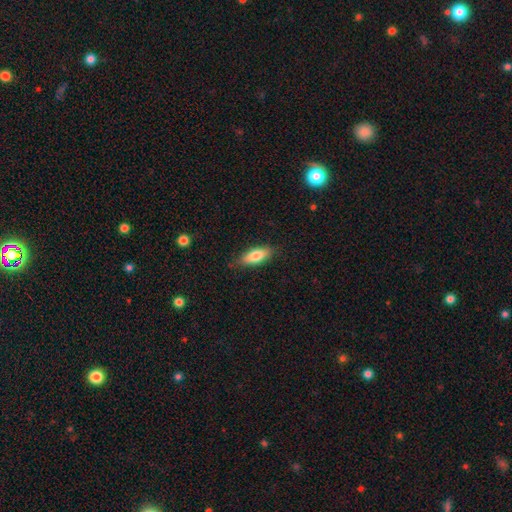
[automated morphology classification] smooth_or_featured: smooth (p=0.77) [alt: featured or disk p=0.16]
how_rounded: in between (p=0.73) [alt: cigar-shaped p=0.25]
merging: none (p=0.82) [alt: minor disturbance p=0.14]